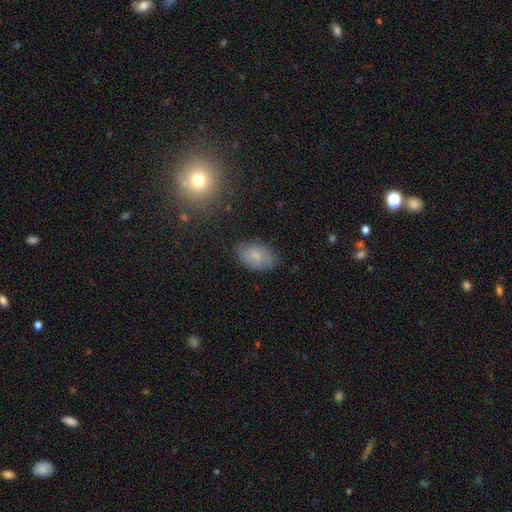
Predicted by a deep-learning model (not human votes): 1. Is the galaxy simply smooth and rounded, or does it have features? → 75% smooth, 17% featured or disk, 9% star or artifact.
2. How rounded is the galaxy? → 91% in between, 8% round, 1% cigar-shaped.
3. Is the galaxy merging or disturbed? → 81% none, 14% minor disturbance, 3% major disturbance, 1% merger.